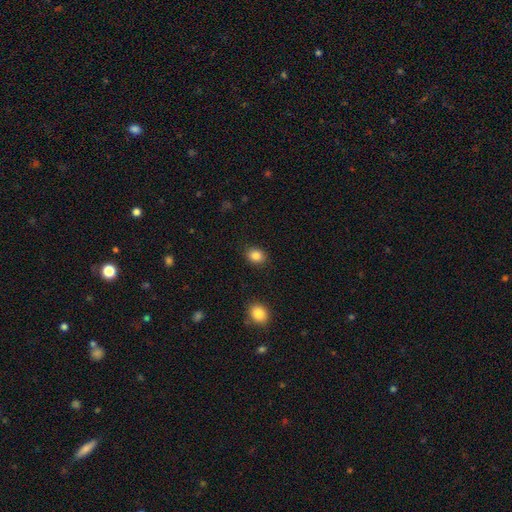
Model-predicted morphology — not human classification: smooth 86%, star or artifact 10%, featured or disk 5%. Down the decision tree: how rounded — round (53%); merging — none (88%).